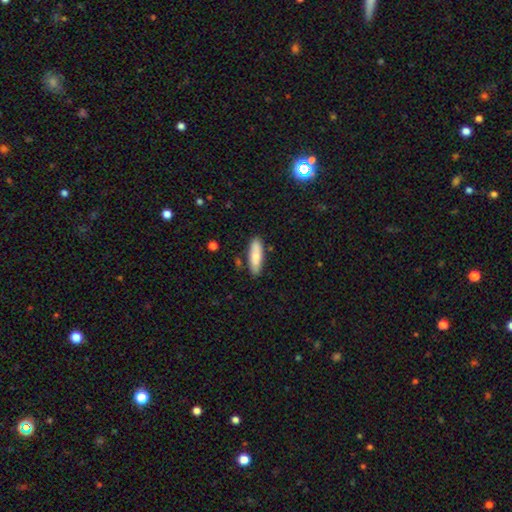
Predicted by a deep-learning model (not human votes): This appears to be a smooth galaxy with no disk features (79%) that is cigar-shaped (50%). Merging: none (82%).